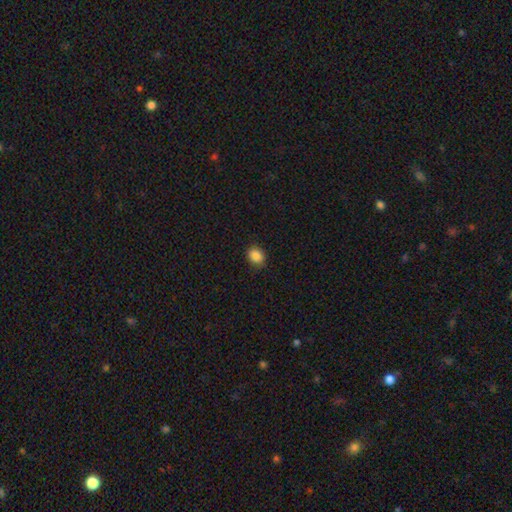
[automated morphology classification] Overall: smooth (88%). How rounded: round (53%; in between 46%). Merging: none (87%).